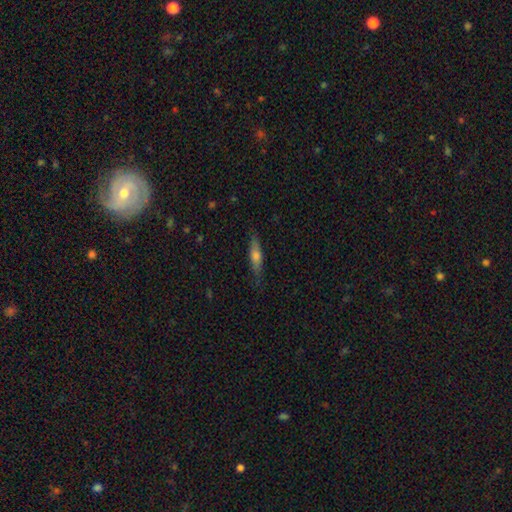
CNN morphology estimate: Smooth or featured? featured or disk (53%)
Edge-on disk? yes (92%)
Merging? none (84%)